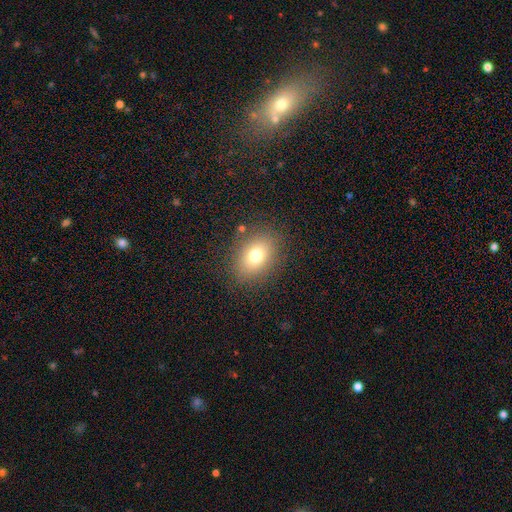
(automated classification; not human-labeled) Smooth or featured? smooth (75%)
How rounded? in between (68%)
Merging? none (84%)